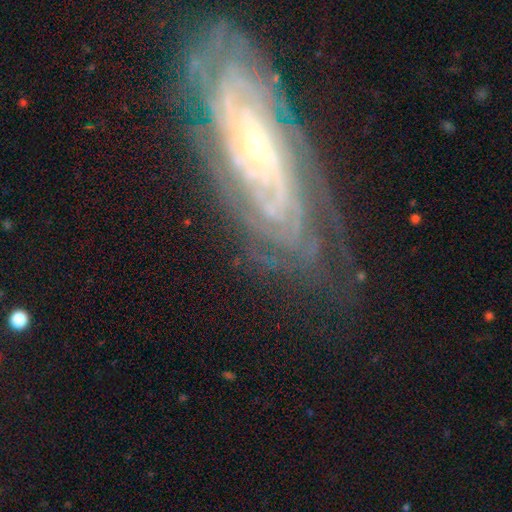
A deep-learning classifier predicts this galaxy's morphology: Smooth or featured? featured or disk (86%)
Edge-on disk? no (89%)
Bar? no (66%)
Spiral arms? yes (96%)
Spiral winding? tight (80%)
Spiral arm count? can't tell (37%)
Bulge size? small (74%)
Merging? none (75%)